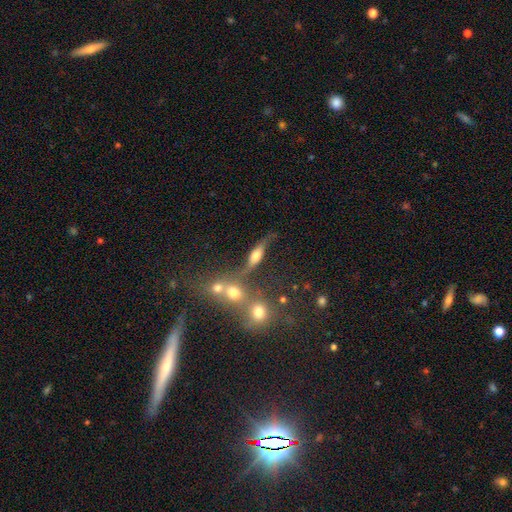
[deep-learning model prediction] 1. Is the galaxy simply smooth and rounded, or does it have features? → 45% featured or disk, 44% smooth, 12% star or artifact.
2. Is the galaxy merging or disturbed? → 56% none, 17% minor disturbance, 17% merger, 9% major disturbance.